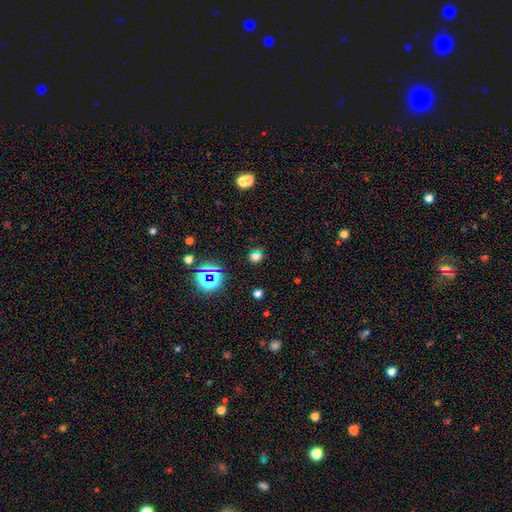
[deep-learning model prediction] Smooth or featured: smooth — 53% (star or artifact — 40%)
How rounded: round — 69% (in between — 30%)
Merging: none — 79% (minor disturbance — 10%)